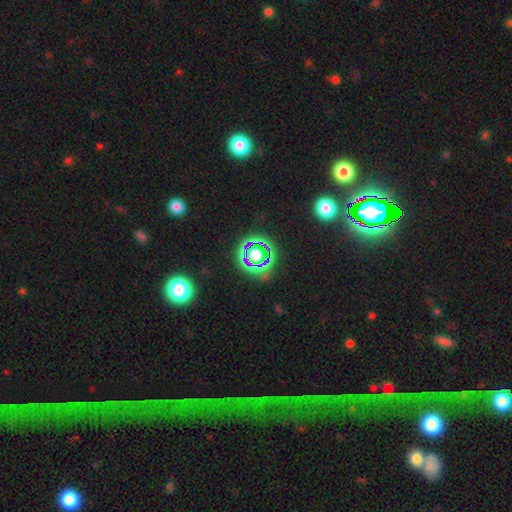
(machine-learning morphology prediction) The model was most divided on "smooth or featured": star or artifact: 65%, smooth: 20%, featured or disk: 15%.